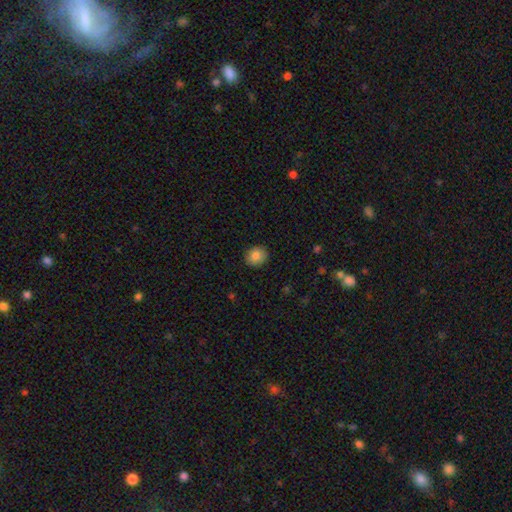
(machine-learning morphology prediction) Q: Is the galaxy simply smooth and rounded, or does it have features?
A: smooth — 83%.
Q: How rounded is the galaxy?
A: round — 75%.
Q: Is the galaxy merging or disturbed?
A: none — 89%.